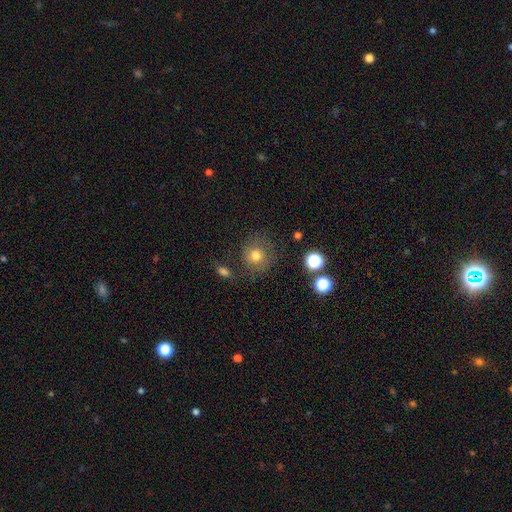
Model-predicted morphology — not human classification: A smooth galaxy with no disk features (73%) that is round (87%). Merging: none (73%).